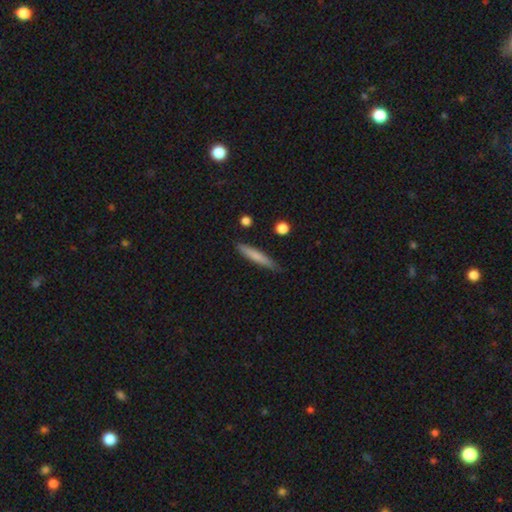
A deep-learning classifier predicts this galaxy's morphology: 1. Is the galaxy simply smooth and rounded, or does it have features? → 73% smooth, 21% featured or disk, 6% star or artifact.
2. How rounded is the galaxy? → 93% cigar-shaped, 6% in between, 1% round.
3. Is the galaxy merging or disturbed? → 84% none, 12% minor disturbance, 2% major disturbance, 2% merger.